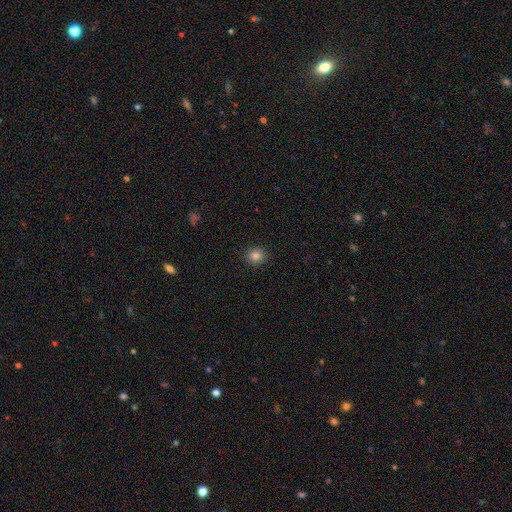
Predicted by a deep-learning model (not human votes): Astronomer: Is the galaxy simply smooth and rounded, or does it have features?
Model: smooth — 83%.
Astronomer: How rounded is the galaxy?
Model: round — 85%.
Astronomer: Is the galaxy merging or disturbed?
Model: none — 91%.